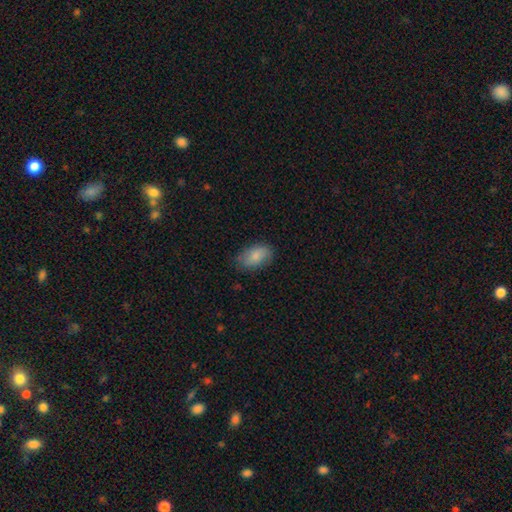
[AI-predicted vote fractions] A smooth galaxy with no disk features (84%) that is in between round and cigar-shaped (92%).

Vote fractions:
- Smooth or featured? smooth: 84% / featured or disk: 9% / star or artifact: 6%
- How rounded? in between: 92% / round: 6% / cigar-shaped: 2%
- Merging? none: 78% / minor disturbance: 17% / major disturbance: 4% / merger: 1%